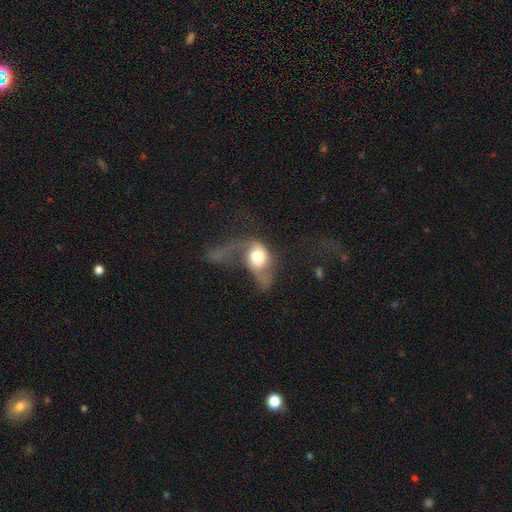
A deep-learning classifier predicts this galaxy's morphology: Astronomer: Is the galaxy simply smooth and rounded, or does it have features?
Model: smooth — 49% (runner-up: featured or disk, 43%).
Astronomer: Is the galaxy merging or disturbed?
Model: major disturbance — 64%.